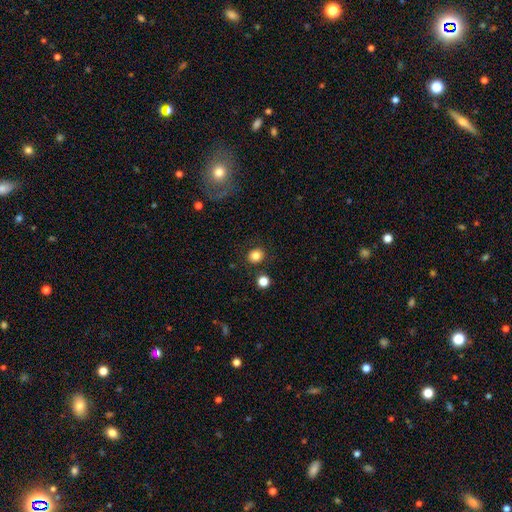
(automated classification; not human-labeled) Smooth or featured?
  - smooth: 83% *
  - star or artifact: 11%
  - featured or disk: 6%
How rounded?
  - round: 74% *
  - in between: 25%
  - cigar-shaped: 1%
Merging?
  - none: 84% *
  - minor disturbance: 8%
  - merger: 4%
  - major disturbance: 3%